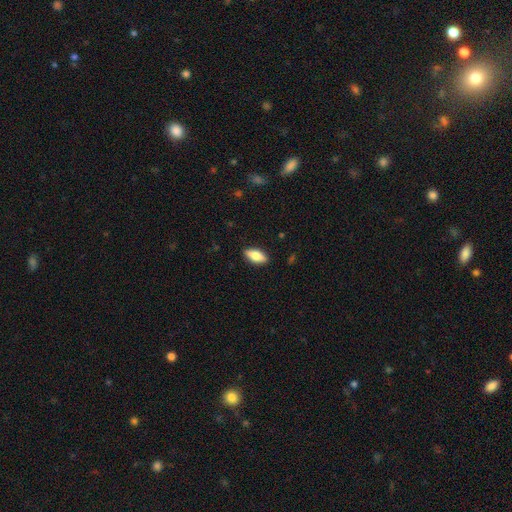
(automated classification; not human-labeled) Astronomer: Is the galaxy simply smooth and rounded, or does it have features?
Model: smooth — 73%.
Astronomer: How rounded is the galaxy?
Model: in between — 80%.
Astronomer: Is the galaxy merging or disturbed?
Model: none — 88%.